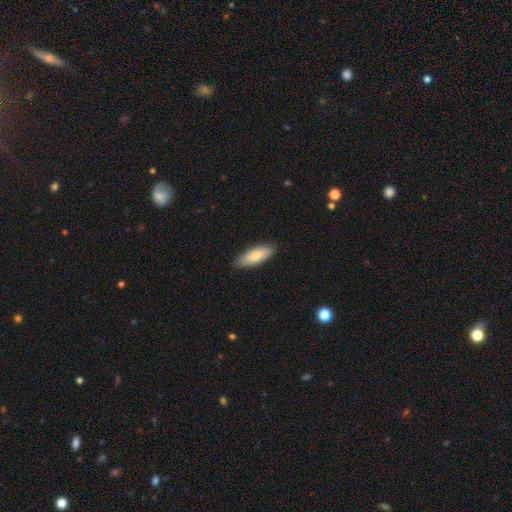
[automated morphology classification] Q: Smooth or featured?
A: smooth (79%); runner-up: featured or disk (15%)
Q: How rounded?
A: in between (71%); runner-up: cigar-shaped (27%)
Q: Merging?
A: none (85%); runner-up: minor disturbance (12%)